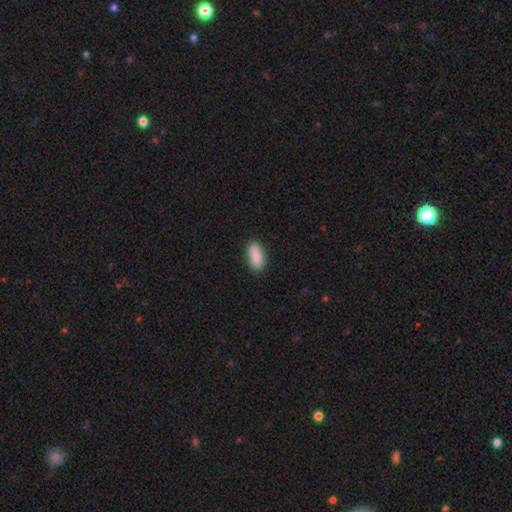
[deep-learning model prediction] A smooth galaxy with no disk features (87%) that is in between round and cigar-shaped (77%).

Vote fractions:
- Smooth or featured? smooth: 87% / star or artifact: 7% / featured or disk: 6%
- How rounded? in between: 77% / cigar-shaped: 20% / round: 2%
- Merging? none: 85% / minor disturbance: 11% / major disturbance: 2% / merger: 1%